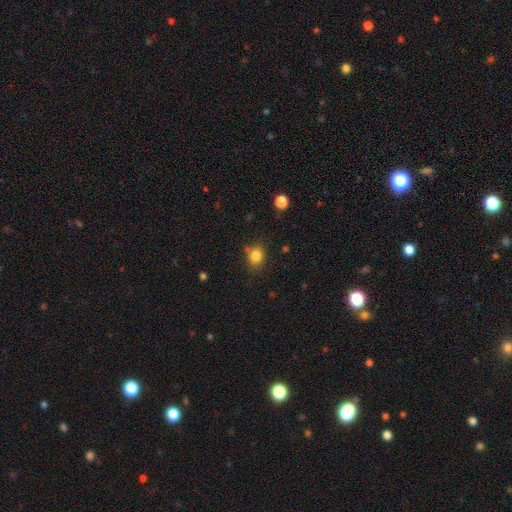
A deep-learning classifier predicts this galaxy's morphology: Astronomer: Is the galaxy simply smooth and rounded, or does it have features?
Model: smooth — 83%.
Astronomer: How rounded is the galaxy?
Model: round — 57% (runner-up: in between, 43%).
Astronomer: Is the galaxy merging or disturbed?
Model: none — 74%.